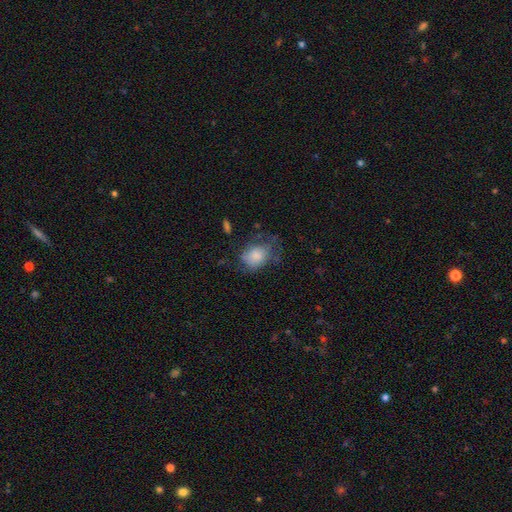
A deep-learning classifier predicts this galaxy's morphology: Smooth or featured?
  - smooth: 75% *
  - featured or disk: 16%
  - star or artifact: 8%
How rounded?
  - in between: 54% *
  - round: 45%
  - cigar-shaped: 1%
Merging?
  - none: 37% *
  - minor disturbance: 33%
  - major disturbance: 28%
  - merger: 3%